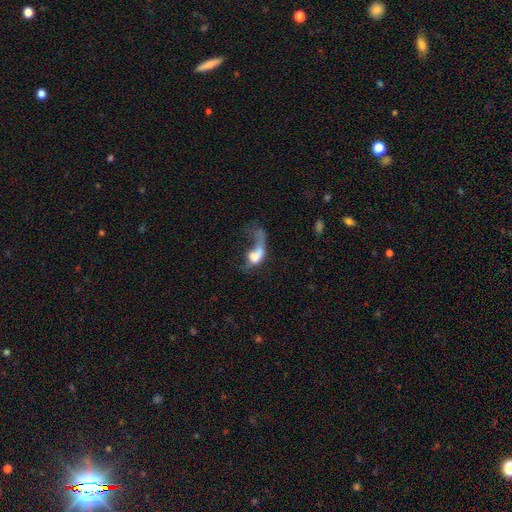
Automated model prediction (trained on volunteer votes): smooth 49%, featured or disk 41%, star or artifact 11%. Down the decision tree: merging — major disturbance (59%).